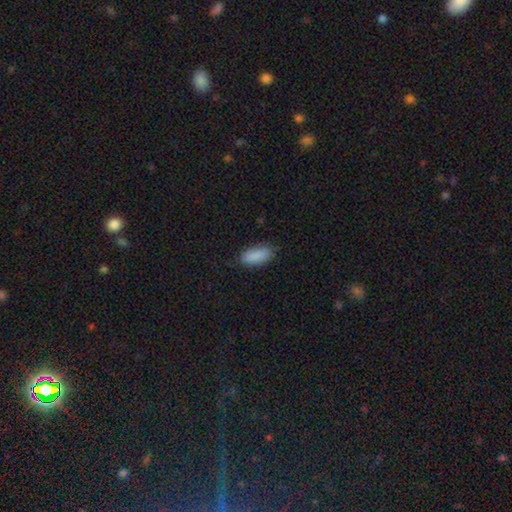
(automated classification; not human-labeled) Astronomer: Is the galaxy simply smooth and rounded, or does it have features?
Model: smooth — 89%.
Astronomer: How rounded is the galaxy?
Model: in between — 87%.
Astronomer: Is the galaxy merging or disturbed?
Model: none — 80%.